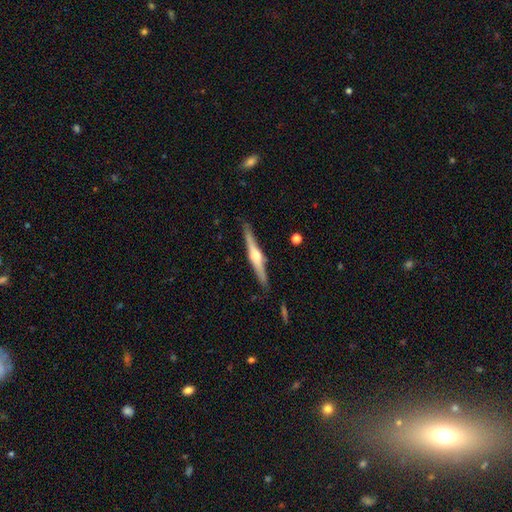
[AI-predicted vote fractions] Smooth or featured? Predicted: featured or disk (p=0.73). Edge-on disk? Predicted: yes (p=0.98). Edge-on bulge? Predicted: rounded (p=0.91). Merging? Predicted: none (p=0.87).